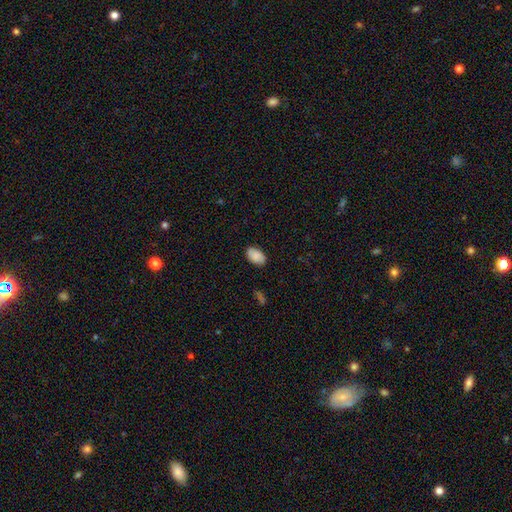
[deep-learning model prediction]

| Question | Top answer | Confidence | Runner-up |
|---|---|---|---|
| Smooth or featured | smooth | 89% | star or artifact (7%) |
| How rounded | in between | 93% | round (6%) |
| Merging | none | 86% | minor disturbance (11%) |